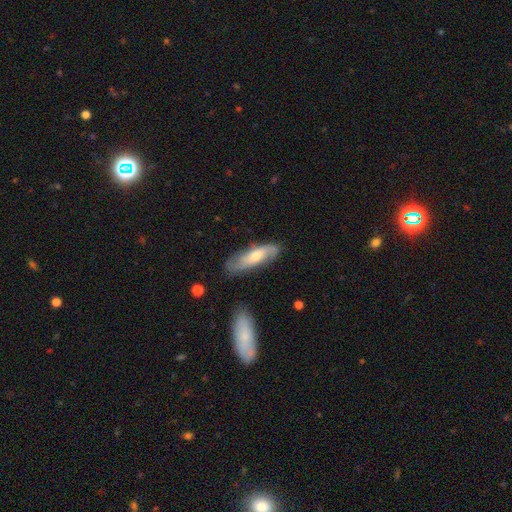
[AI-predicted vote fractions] Smooth or featured?
  - featured or disk: 48% *
  - smooth: 45%
  - star or artifact: 6%
Merging?
  - none: 72% *
  - minor disturbance: 19%
  - major disturbance: 5%
  - merger: 3%